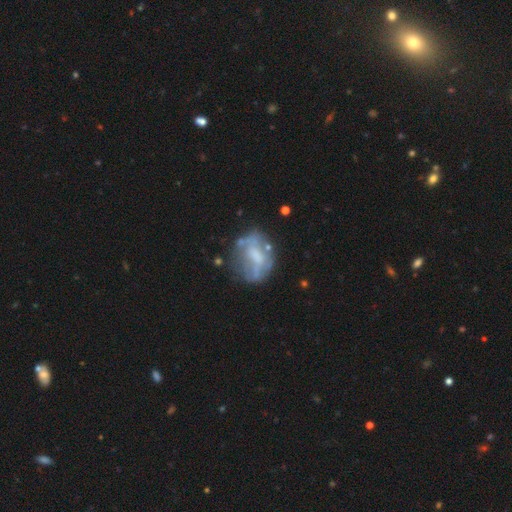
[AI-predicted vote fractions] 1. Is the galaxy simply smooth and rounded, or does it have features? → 58% featured or disk, 31% smooth, 10% star or artifact.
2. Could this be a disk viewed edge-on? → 96% no, 4% yes.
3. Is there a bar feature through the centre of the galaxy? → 55% no, 30% weak, 15% strong.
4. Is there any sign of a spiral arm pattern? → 76% no, 24% yes.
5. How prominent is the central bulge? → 39% none, 31% moderate, 21% small, 8% large, 2% dominant.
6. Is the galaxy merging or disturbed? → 51% none, 23% minor disturbance, 18% major disturbance, 8% merger.